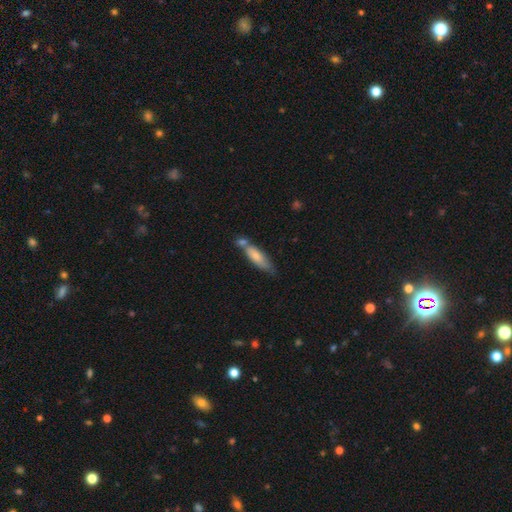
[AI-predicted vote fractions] smooth 73%, featured or disk 21%, star or artifact 6%. Down the decision tree: how rounded — cigar-shaped (61%); merging — none (42%).